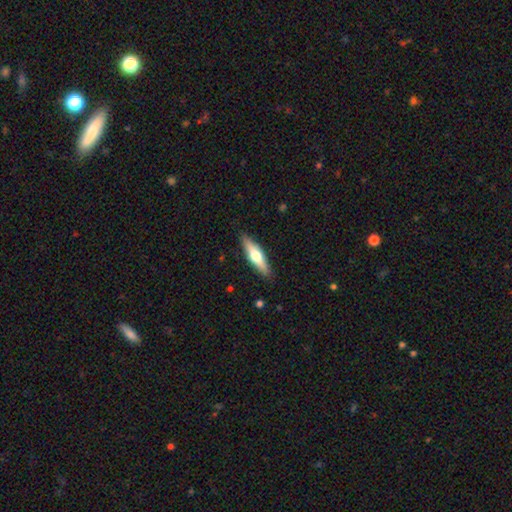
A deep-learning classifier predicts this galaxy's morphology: Overall: smooth (49%; featured or disk 45%). Merging: none (89%).